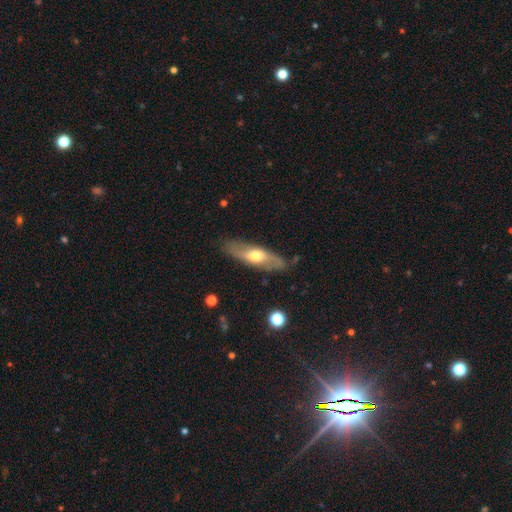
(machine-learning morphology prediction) featured or disk 49%, smooth 45%, star or artifact 6%. Down the decision tree: merging — none (79%).